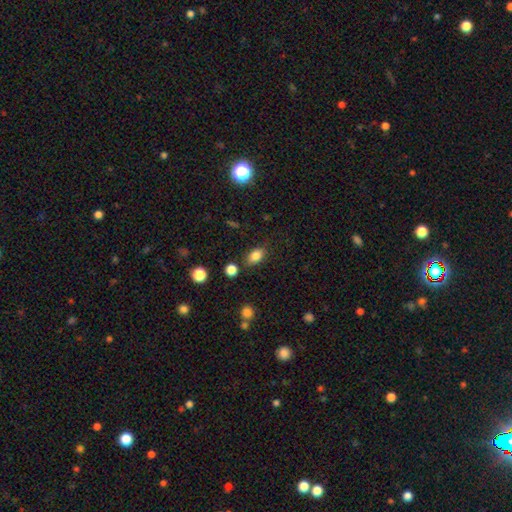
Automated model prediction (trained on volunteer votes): This appears to be a smooth galaxy with no disk features (83%) that is in between round and cigar-shaped (81%). Merging: none (78%).